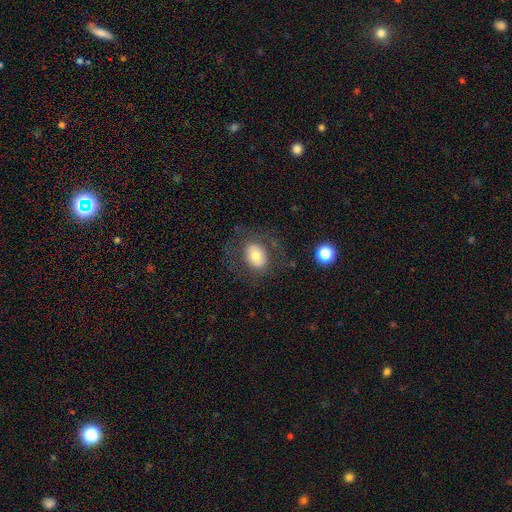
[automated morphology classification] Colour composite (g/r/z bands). It shows a smooth galaxy with no disk features (65%) that is in between round and cigar-shaped (58%). Merging: none (70%).